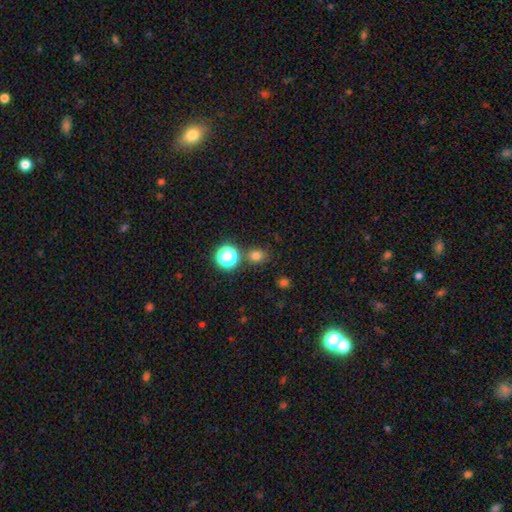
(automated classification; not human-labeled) This is likely a smooth galaxy (73%). How rounded: likely round (66%). Merging: likely none (77%).